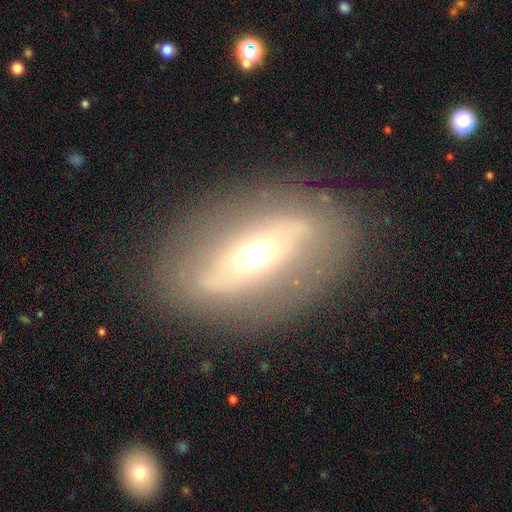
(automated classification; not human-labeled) Q: Smooth or featured?
A: featured or disk (65%); runner-up: smooth (26%)
Q: Edge-on disk?
A: no (78%); runner-up: yes (22%)
Q: Bar?
A: strong (50%); runner-up: weak (27%)
Q: Spiral arms?
A: no (60%); runner-up: yes (40%)
Q: Bulge size?
A: moderate (62%); runner-up: small (20%)
Q: Merging?
A: none (78%); runner-up: minor disturbance (13%)